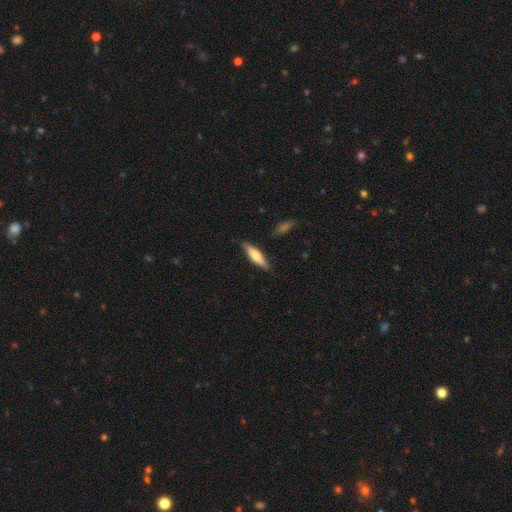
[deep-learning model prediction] Smooth or featured? smooth (58%)
How rounded? cigar-shaped (71%)
Merging? none (84%)